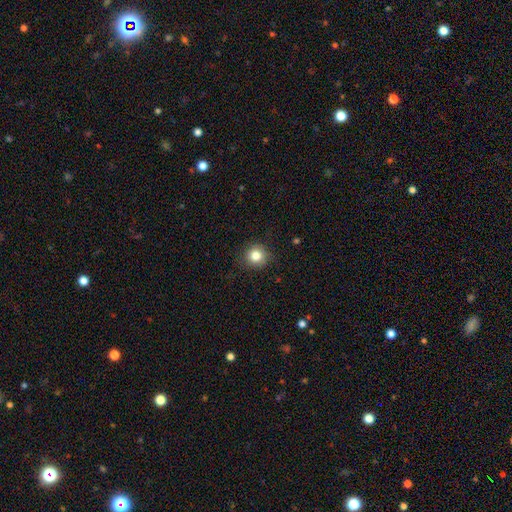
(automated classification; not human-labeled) Overall: smooth (83%). How rounded: round (91%). Merging: none (87%).